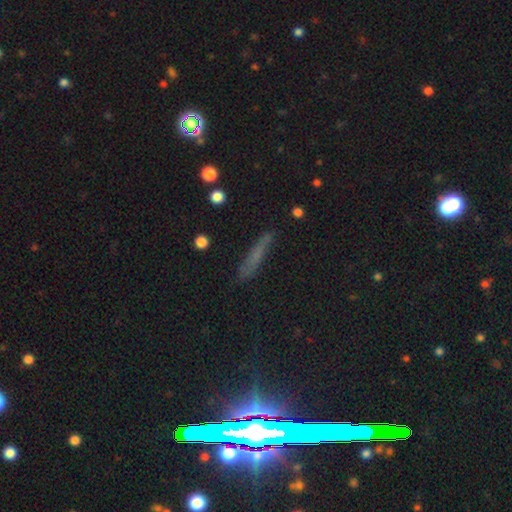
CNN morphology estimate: smooth_or_featured: smooth (p=0.50) [alt: featured or disk p=0.28]
merging: none (p=0.78) [alt: minor disturbance p=0.15]